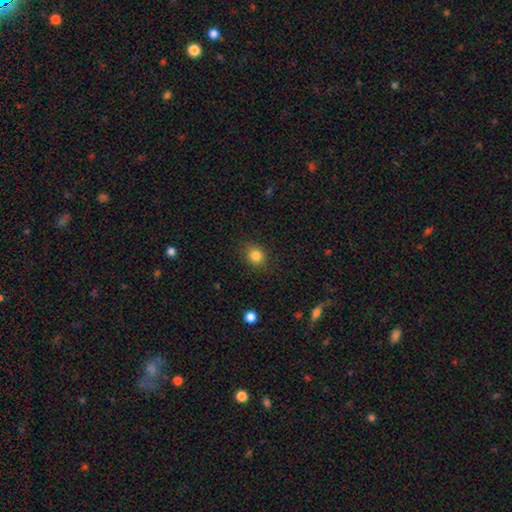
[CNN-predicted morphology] This is clearly a smooth galaxy (84%). How rounded: likely round (69%). Merging: clearly none (87%).